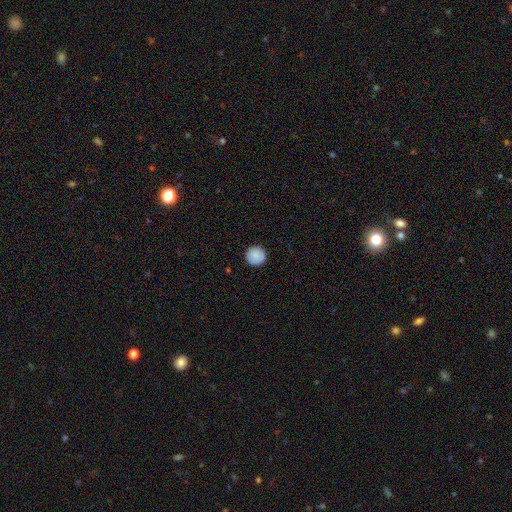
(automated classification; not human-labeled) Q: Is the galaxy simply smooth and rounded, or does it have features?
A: smooth — 85%.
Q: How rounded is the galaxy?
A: round — 96%.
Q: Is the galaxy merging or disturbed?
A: none — 89%.